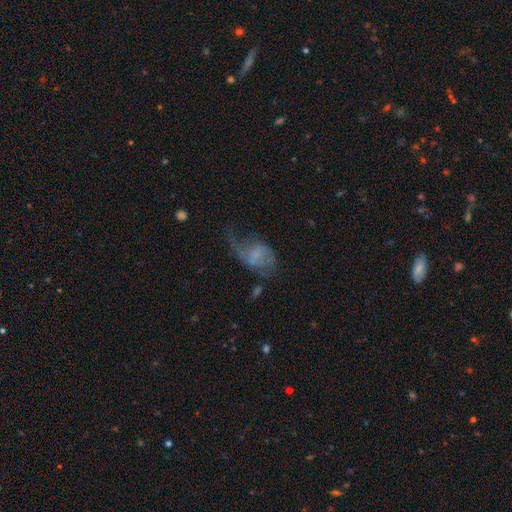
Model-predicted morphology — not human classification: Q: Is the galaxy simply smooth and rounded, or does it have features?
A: featured or disk — 60%.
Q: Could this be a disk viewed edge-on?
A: no — 97%.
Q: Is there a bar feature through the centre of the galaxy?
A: no — 58%.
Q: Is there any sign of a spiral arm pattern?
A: yes — 74%.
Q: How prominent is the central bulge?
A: none — 53%.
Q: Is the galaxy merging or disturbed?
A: major disturbance — 44%.